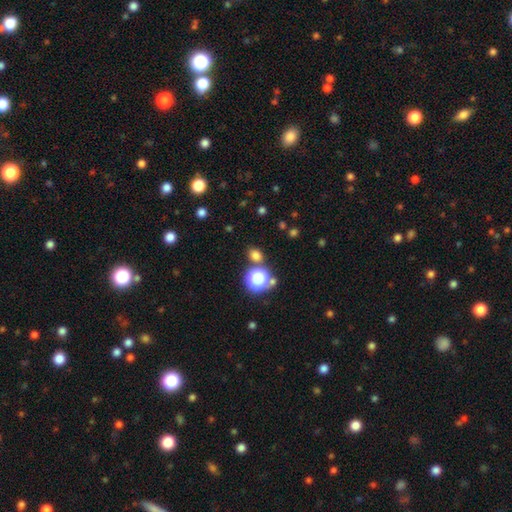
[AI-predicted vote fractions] This appears to be a smooth galaxy with no disk features (71%) that is round (60%). Merging: none (76%).